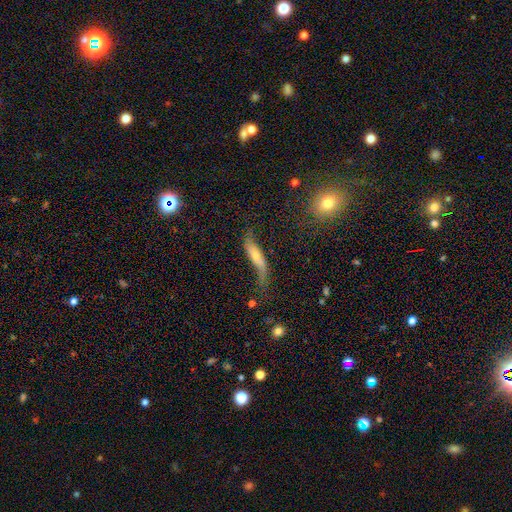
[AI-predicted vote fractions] Overall: featured or disk (63%; smooth 28%). Edge-on disk: no (65%; yes 35%). Merging: none (38%; major disturbance 29%).